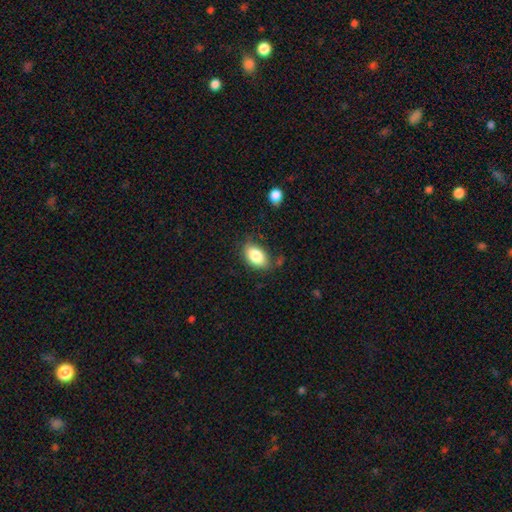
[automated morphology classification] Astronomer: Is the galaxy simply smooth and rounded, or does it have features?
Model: smooth — 84%.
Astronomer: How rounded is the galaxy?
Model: in between — 88%.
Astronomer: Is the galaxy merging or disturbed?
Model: none — 75%.